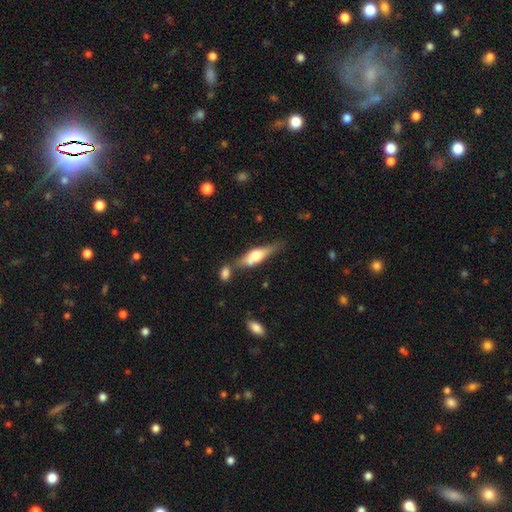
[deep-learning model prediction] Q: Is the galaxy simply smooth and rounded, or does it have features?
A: featured or disk — 50%.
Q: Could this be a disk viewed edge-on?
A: yes — 86%.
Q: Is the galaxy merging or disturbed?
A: none — 54%.